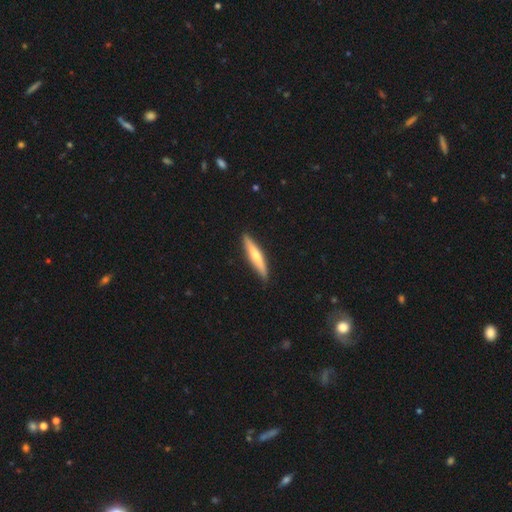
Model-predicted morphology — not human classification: smooth_or_featured: smooth (p=0.56) [alt: featured or disk p=0.39]
how_rounded: cigar-shaped (p=0.90) [alt: in between p=0.09]
merging: none (p=0.89) [alt: minor disturbance p=0.09]